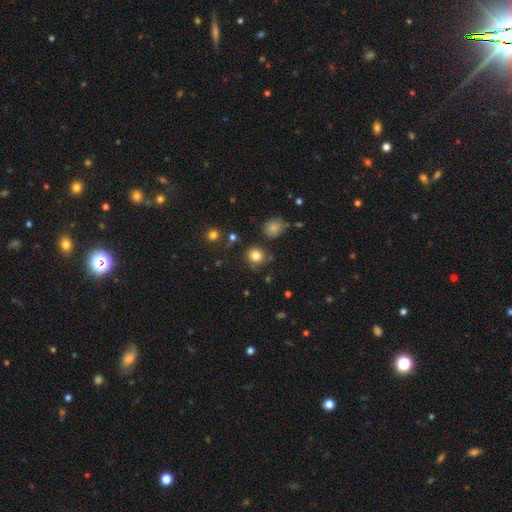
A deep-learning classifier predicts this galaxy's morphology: Overall: smooth (82%). How rounded: round (90%). Merging: none (80%).